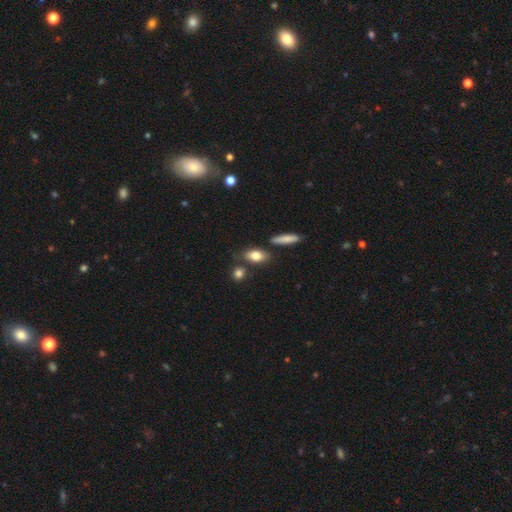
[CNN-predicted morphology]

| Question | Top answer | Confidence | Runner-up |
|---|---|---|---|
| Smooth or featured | smooth | 80% | featured or disk (12%) |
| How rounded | in between | 79% | round (11%) |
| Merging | none | 71% | minor disturbance (14%) |